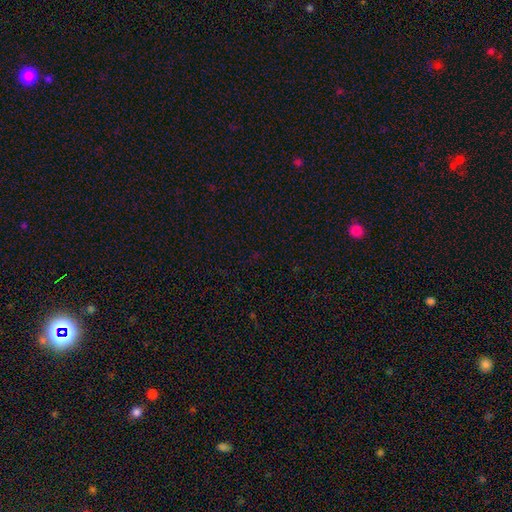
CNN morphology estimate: This appears to be a star or artifact, not a galaxy (70%).